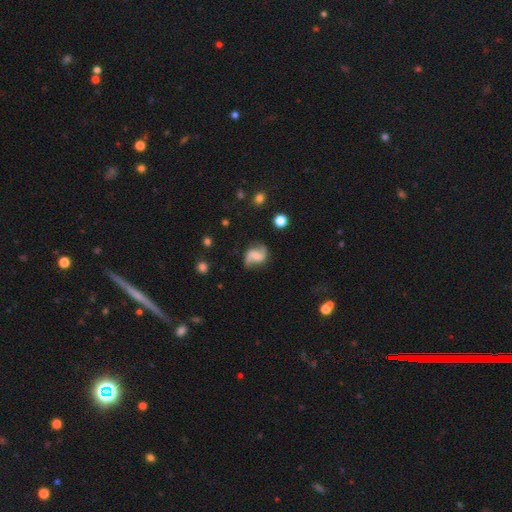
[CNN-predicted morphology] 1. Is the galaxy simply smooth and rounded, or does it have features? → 77% featured or disk, 16% smooth, 7% star or artifact.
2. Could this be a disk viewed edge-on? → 98% no, 2% yes.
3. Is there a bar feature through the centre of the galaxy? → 42% weak, 39% no, 19% strong.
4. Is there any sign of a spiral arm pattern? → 95% yes, 5% no.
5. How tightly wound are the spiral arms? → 65% loose, 27% medium, 7% tight.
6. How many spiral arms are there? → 91% 2, 3% can't tell, 2% 1, 1% 3, 1% 4, 1% more than 4.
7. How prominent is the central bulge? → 36% small, 33% none, 24% moderate, 5% large, 2% dominant.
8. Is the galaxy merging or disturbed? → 71% none, 18% minor disturbance, 8% major disturbance, 3% merger.